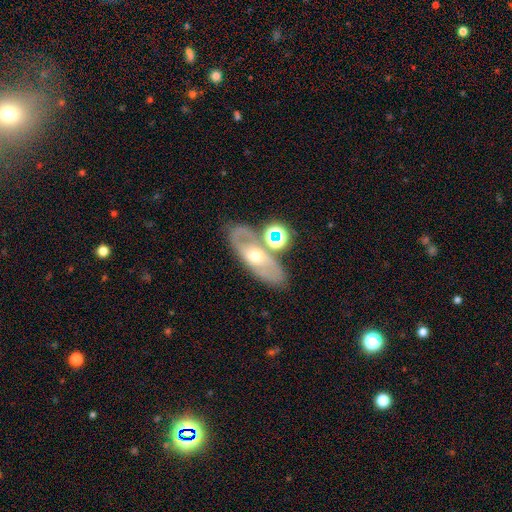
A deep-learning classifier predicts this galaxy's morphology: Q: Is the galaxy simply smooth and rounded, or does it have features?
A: featured or disk — 60%.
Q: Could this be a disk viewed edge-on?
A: no — 81%.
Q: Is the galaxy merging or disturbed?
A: none — 67%.